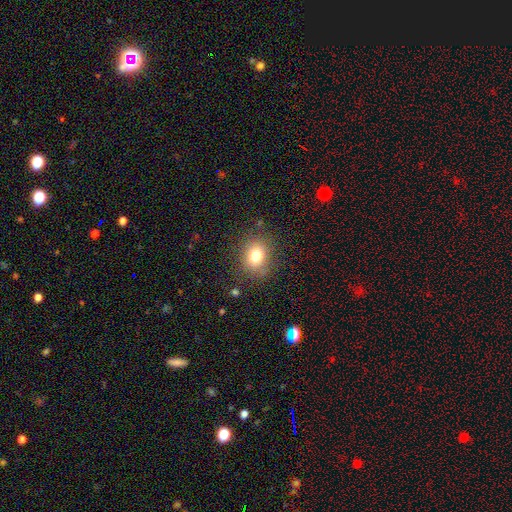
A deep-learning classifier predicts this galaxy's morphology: A smooth galaxy with no disk features (77%) that is round (52%).

Vote fractions:
- Smooth or featured? smooth: 77% / star or artifact: 12% / featured or disk: 10%
- How rounded? round: 52% / in between: 47% / cigar-shaped: 1%
- Merging? none: 81% / minor disturbance: 12% / major disturbance: 5% / merger: 2%